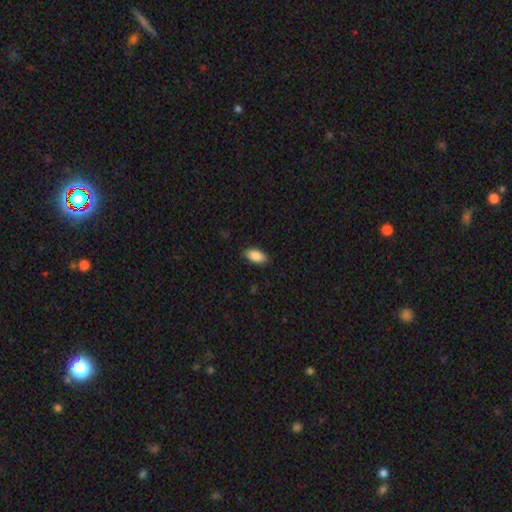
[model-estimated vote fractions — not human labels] A smooth galaxy with no disk features (88%) that is in between round and cigar-shaped (93%). Merging: none (87%).